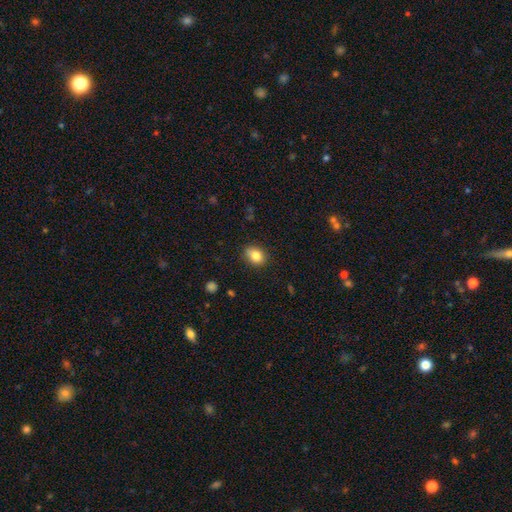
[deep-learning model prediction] Morphology: type=smooth (82%); roundness=in between (57%); merging=none (83%).